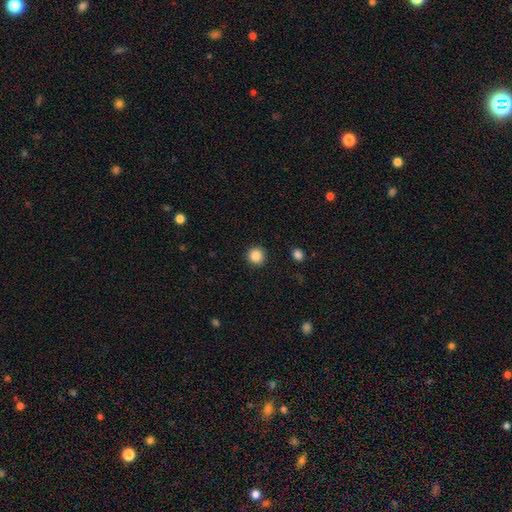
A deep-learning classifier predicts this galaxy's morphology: type=smooth (87%); roundness=round (94%); merging=none (91%).